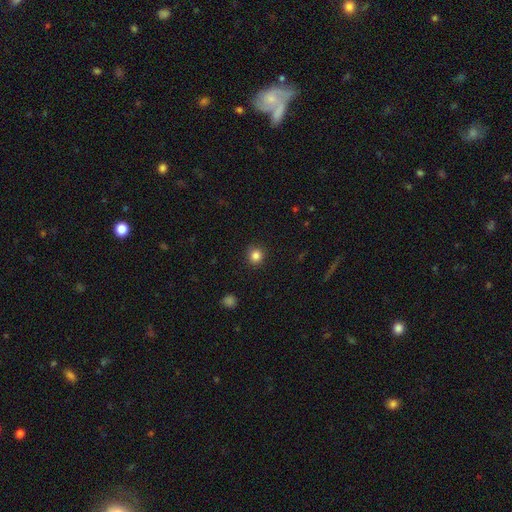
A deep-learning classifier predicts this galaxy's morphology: This is clearly a smooth galaxy (84%). How rounded: clearly round (92%). Merging: clearly none (91%).